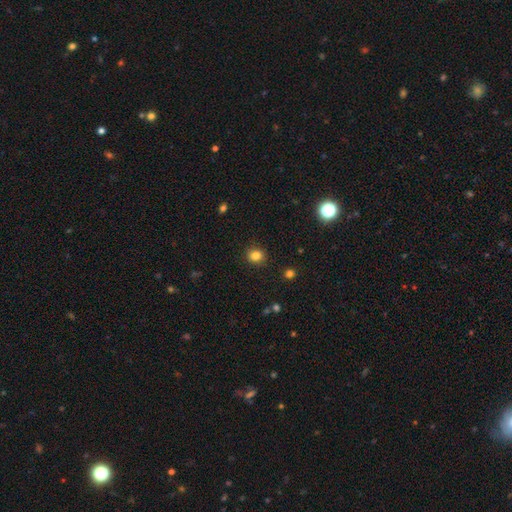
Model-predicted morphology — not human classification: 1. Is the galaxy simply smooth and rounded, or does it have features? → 83% smooth, 13% star or artifact, 5% featured or disk.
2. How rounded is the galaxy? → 75% round, 24% in between, 1% cigar-shaped.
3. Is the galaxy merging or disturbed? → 89% none, 7% minor disturbance, 2% major disturbance, 1% merger.